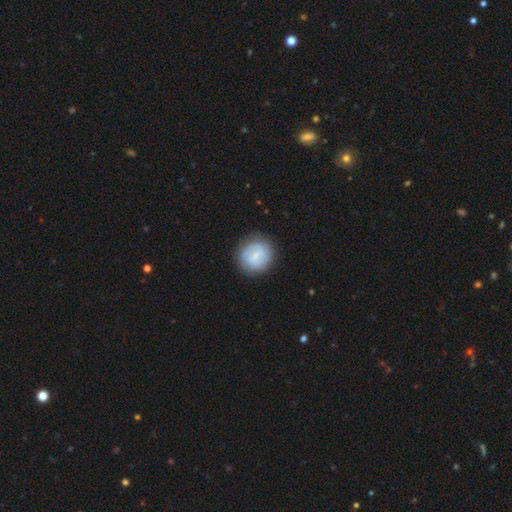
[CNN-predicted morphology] Q: Smooth or featured?
A: smooth (57%); runner-up: featured or disk (36%)
Q: How rounded?
A: round (86%); runner-up: in between (13%)
Q: Merging?
A: none (80%); runner-up: minor disturbance (14%)